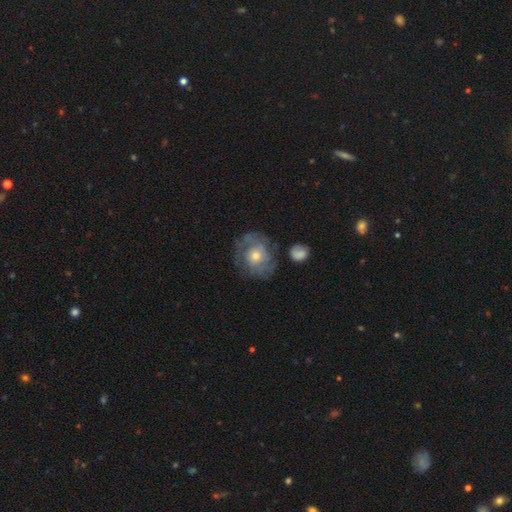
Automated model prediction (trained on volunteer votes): This is likely a featured or disk galaxy (69%). It is clearly not viewed edge-on (97%). Bar: clearly no (80%). Spiral arm pattern: likely yes (78%). Spiral arm count: possibly can't tell (45%). Spiral winding: possibly tight (55%). Central bulge: likely moderate (62%). Merging: likely none (66%).